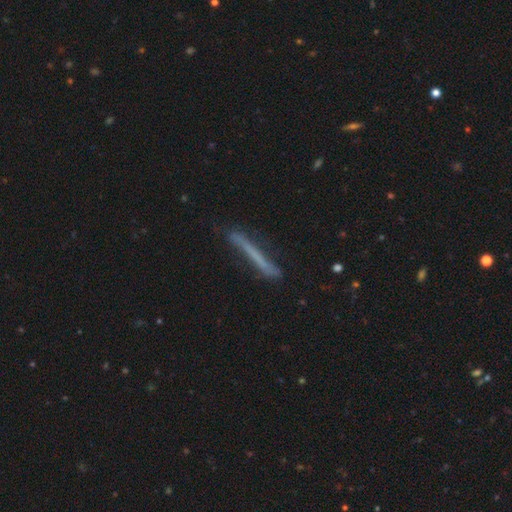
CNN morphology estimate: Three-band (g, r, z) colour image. It shows a smooth galaxy with no disk features (50%). Merging: none (77%).